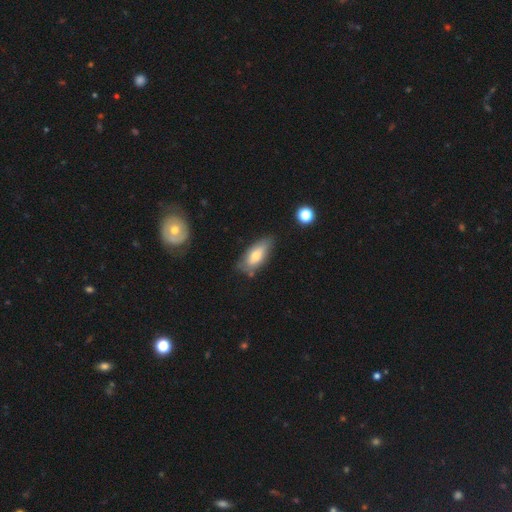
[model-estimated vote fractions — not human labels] This is likely a smooth galaxy (69%). How rounded: likely in between (78%). Merging: likely none (72%).